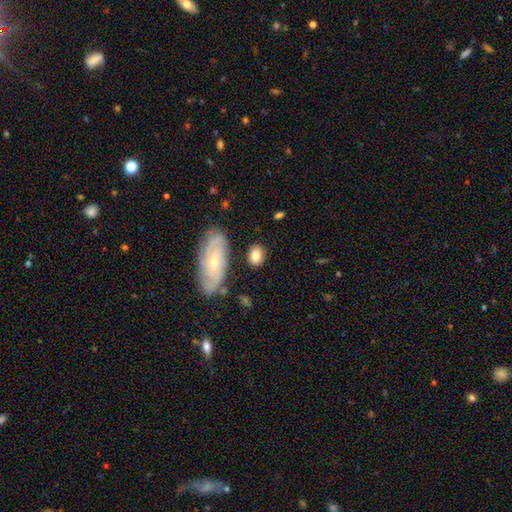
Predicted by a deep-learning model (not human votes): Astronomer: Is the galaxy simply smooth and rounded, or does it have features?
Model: smooth — 77%.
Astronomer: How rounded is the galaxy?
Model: in between — 72%.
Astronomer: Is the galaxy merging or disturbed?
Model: none — 74%.